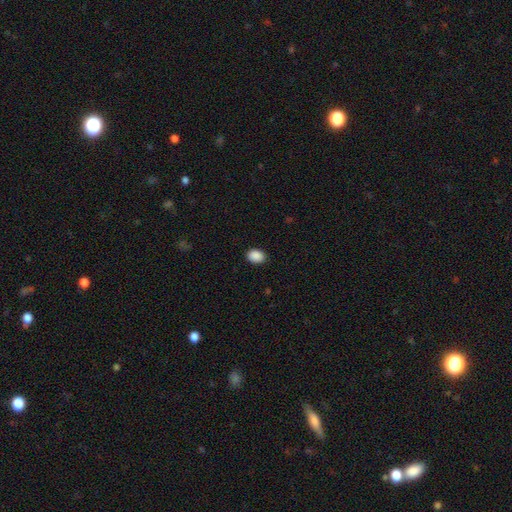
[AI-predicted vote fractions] smooth_or_featured: smooth (p=0.90) [alt: star or artifact p=0.08]
how_rounded: in between (p=0.69) [alt: round p=0.30]
merging: none (p=0.89) [alt: minor disturbance p=0.08]